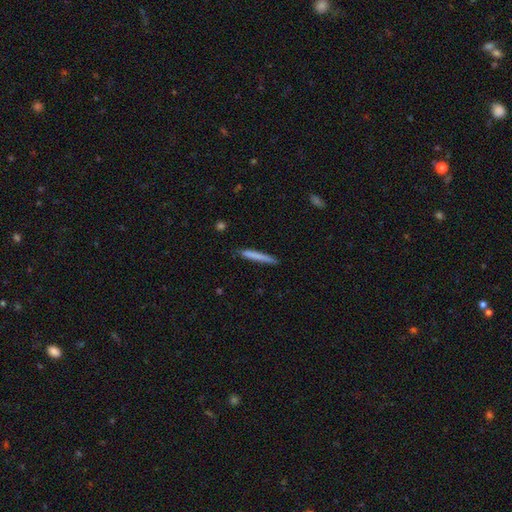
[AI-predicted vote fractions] Overall: smooth (76%). How rounded: cigar-shaped (96%). Merging: none (86%).